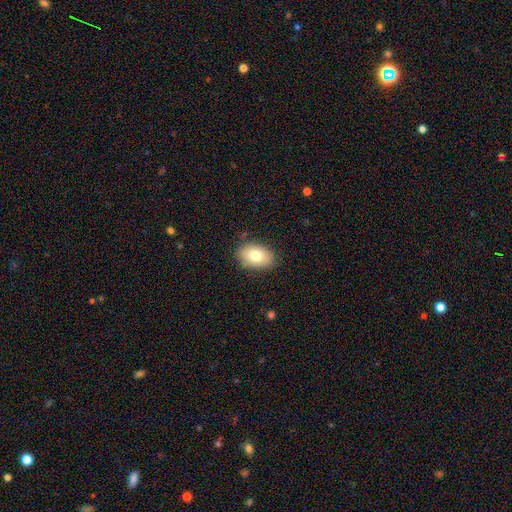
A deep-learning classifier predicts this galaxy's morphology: The model was most divided on "smooth or featured": smooth: 77%, featured or disk: 15%, star or artifact: 8%. More confident: merging — none (85%); how rounded — in between (84%).